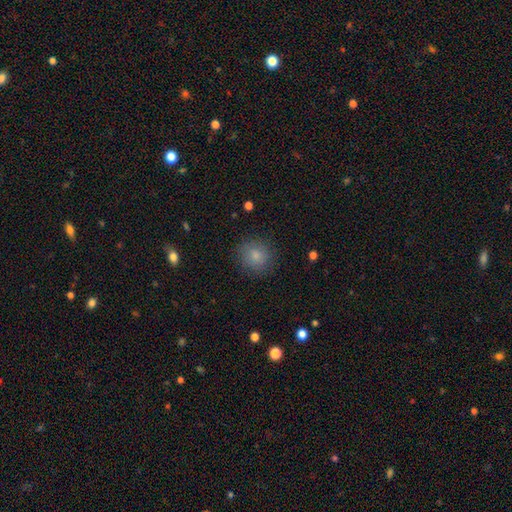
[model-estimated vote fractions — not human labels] Smooth or featured? Predicted: smooth (p=0.83). How rounded? Predicted: round (p=0.87). Merging? Predicted: none (p=0.85).